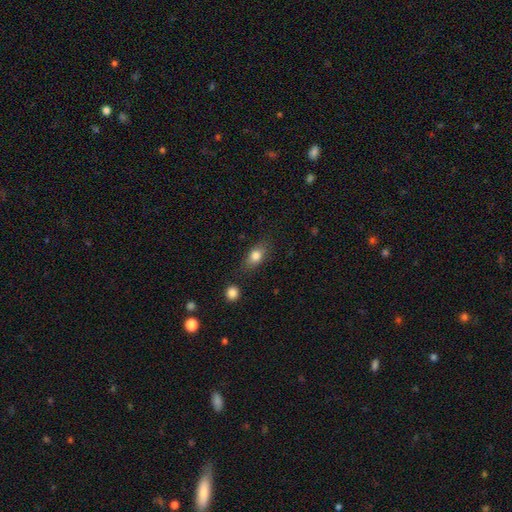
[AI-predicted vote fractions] Smooth or featured? Predicted: smooth (p=0.78). How rounded? Predicted: in between (p=0.76). Merging? Predicted: none (p=0.75).